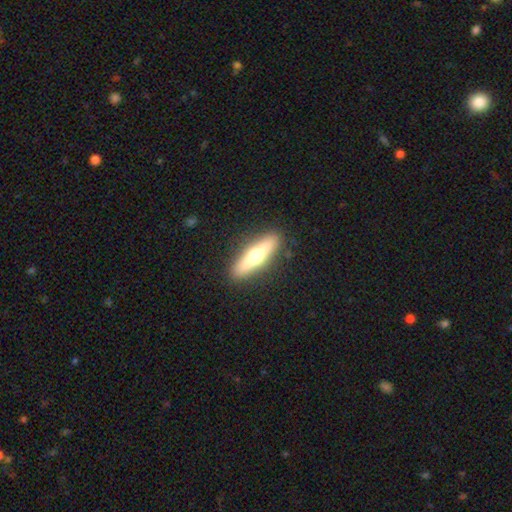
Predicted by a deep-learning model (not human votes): This is possibly a smooth galaxy (48%). Merging: clearly none (89%).